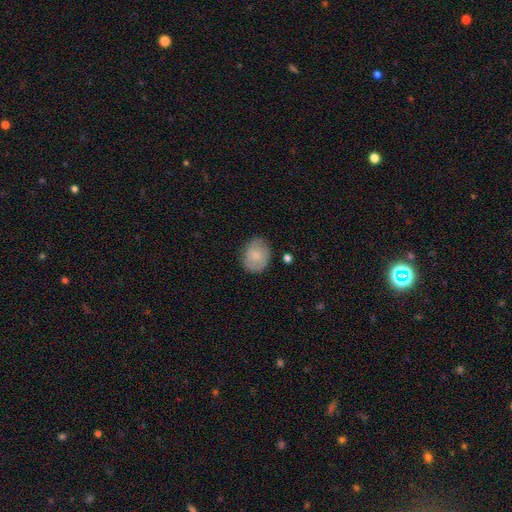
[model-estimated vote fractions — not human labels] Smooth or featured: smooth — 75% (featured or disk — 18%)
How rounded: round — 57% (in between — 42%)
Merging: none — 78% (minor disturbance — 16%)